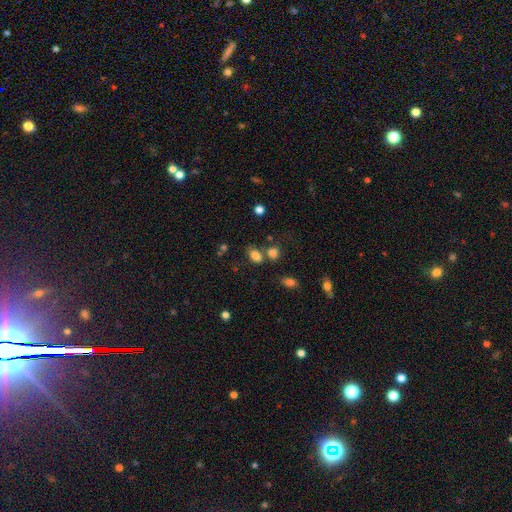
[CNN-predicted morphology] This appears to be a smooth galaxy with no disk features (81%) that is in between round and cigar-shaped (85%). Merging: none (57%).